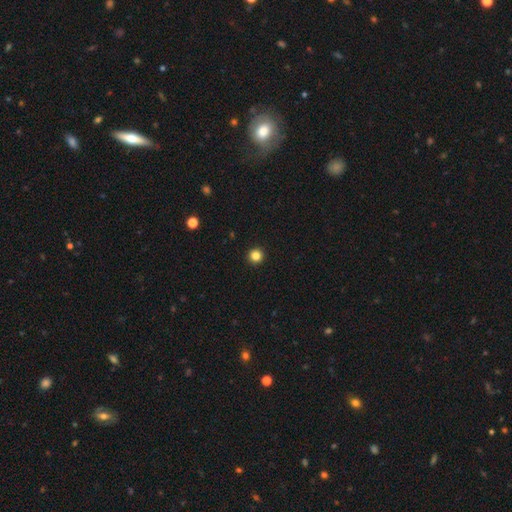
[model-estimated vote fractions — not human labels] This appears to be a smooth galaxy with no disk features (84%) that is round (96%). Merging: none (94%).